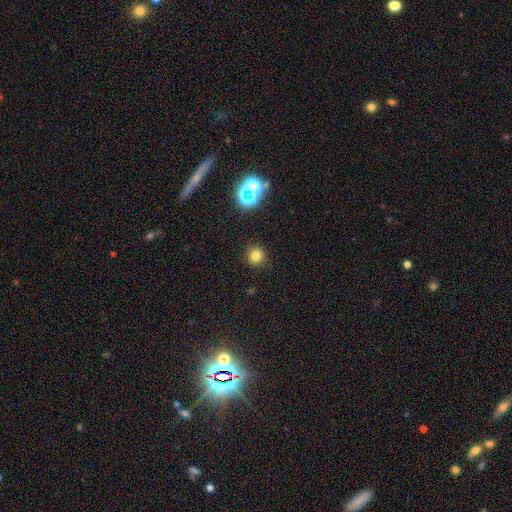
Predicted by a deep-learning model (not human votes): A smooth galaxy with no disk features (75%) that is round (94%).

Vote fractions:
- Smooth or featured? smooth: 75% / star or artifact: 19% / featured or disk: 6%
- How rounded? round: 94% / in between: 5% / cigar-shaped: 1%
- Merging? none: 90% / minor disturbance: 6% / major disturbance: 2% / merger: 2%